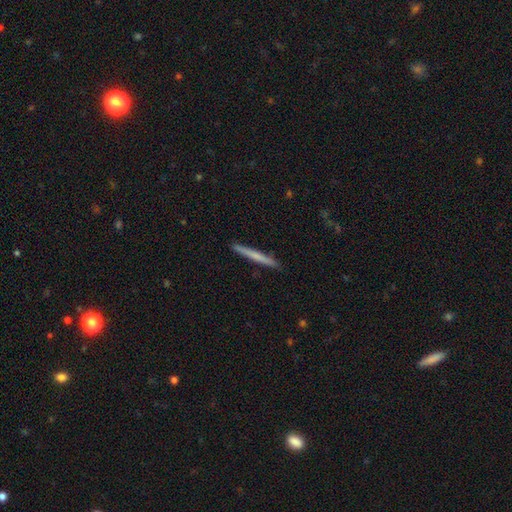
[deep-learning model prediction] smooth 56%, featured or disk 38%, star or artifact 6%. Down the decision tree: how rounded — cigar-shaped (97%); merging — none (92%).